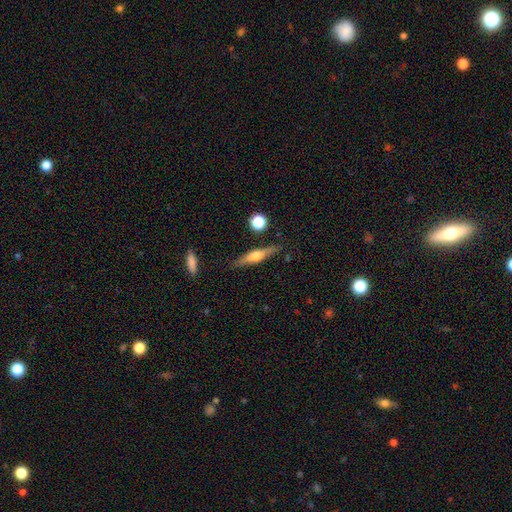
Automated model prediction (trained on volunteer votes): featured or disk 59%, smooth 34%, star or artifact 7%. Down the decision tree: edge-on disk — yes (96%); edge-on bulge — rounded (87%); merging — none (85%).